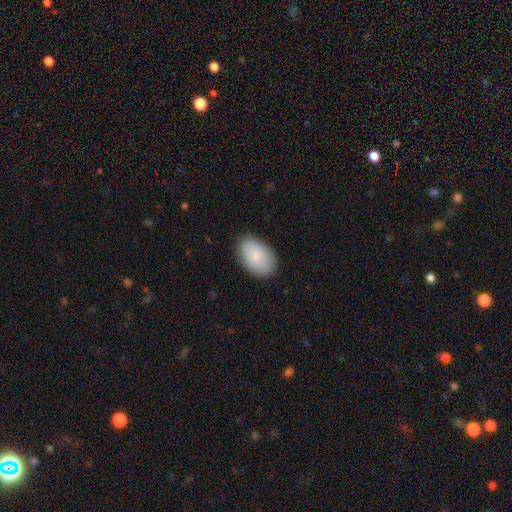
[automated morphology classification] smooth-or-featured: smooth: 85% | featured or disk: 9% | star or artifact: 6%
  how-rounded: in between: 91% | round: 8% | cigar-shaped: 1%
  merging: none: 85% | minor disturbance: 11% | major disturbance: 2% | merger: 1%